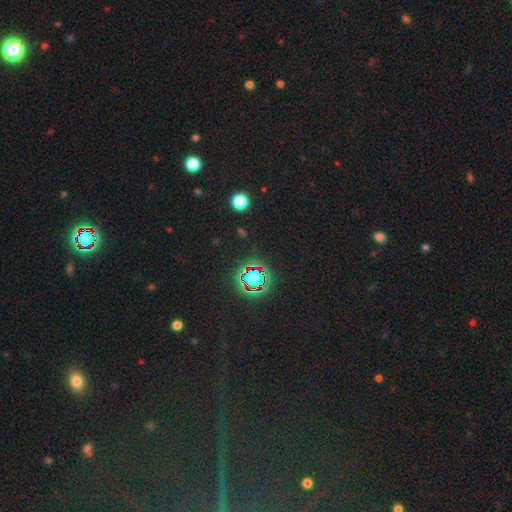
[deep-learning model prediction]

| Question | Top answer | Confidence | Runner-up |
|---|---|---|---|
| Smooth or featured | star or artifact | 81% | smooth (12%) |